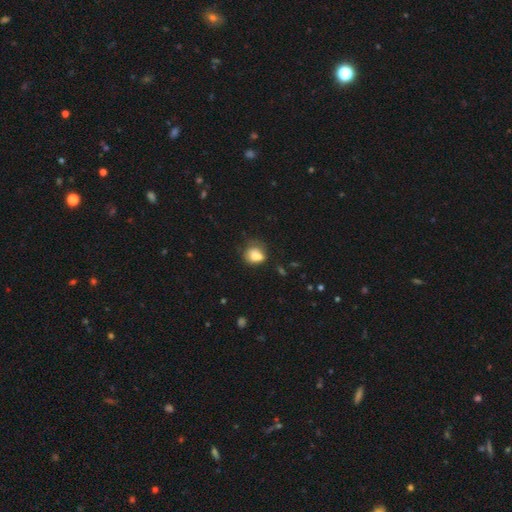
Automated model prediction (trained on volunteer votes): Overall: smooth (76%). How rounded: round (51%; in between 48%). Merging: none (42%; minor disturbance 30%).